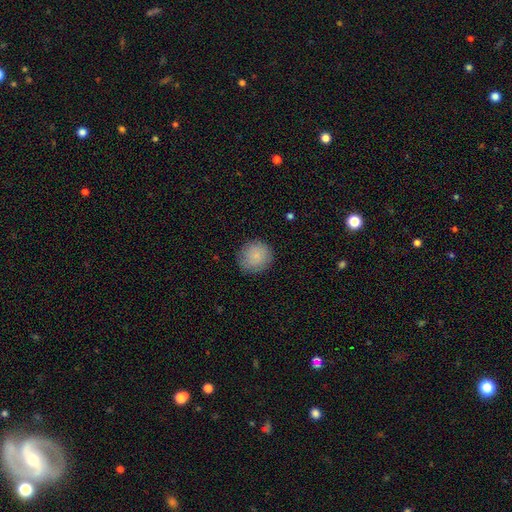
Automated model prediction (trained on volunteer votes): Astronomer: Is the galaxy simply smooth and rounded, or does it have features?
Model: smooth — 85%.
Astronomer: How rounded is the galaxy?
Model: round — 89%.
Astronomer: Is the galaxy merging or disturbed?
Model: none — 85%.